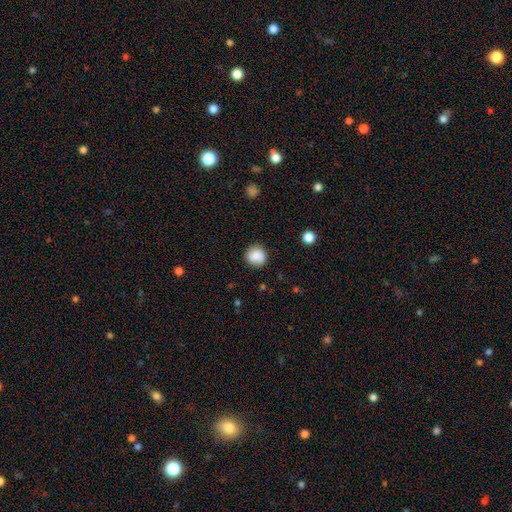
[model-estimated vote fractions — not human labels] The model was most divided on "merging": none: 83%, minor disturbance: 12%, major disturbance: 3%, merger: 2%. More confident: how rounded — round (88%); smooth or featured — smooth (86%).